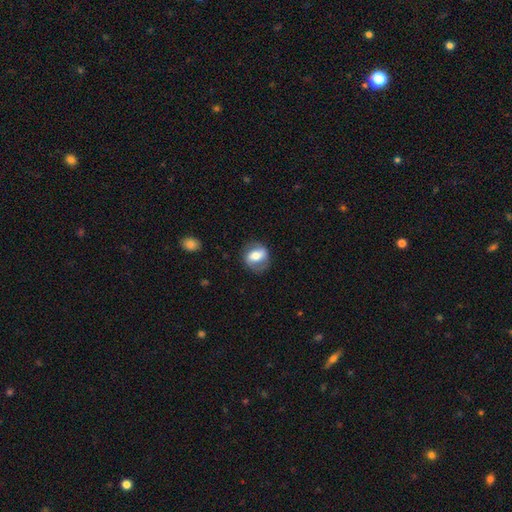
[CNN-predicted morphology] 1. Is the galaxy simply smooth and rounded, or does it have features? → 52% featured or disk, 40% smooth, 7% star or artifact.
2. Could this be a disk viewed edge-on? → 94% no, 6% yes.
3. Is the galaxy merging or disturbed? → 78% none, 15% minor disturbance, 6% major disturbance, 1% merger.